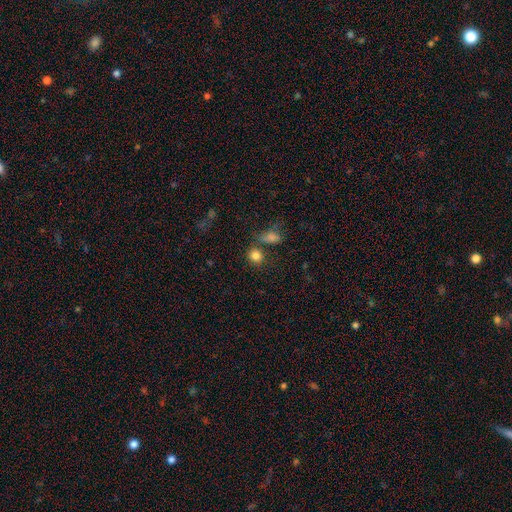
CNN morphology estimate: Smooth or featured? Predicted: smooth (p=0.83). How rounded? Predicted: round (p=0.78). Merging? Predicted: none (p=0.69).